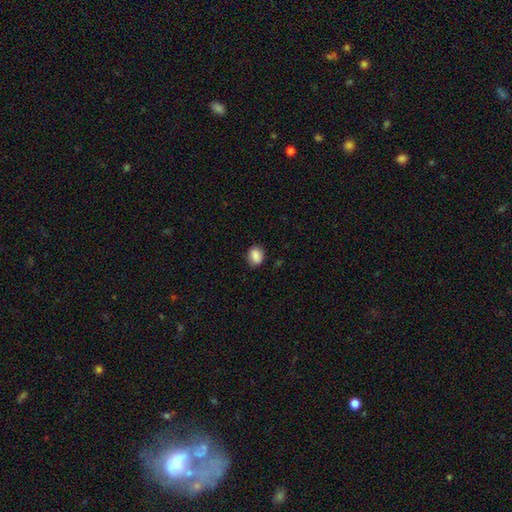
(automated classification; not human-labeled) Smooth or featured?
  - smooth: 87% *
  - star or artifact: 8%
  - featured or disk: 5%
How rounded?
  - in between: 52% *
  - round: 47%
  - cigar-shaped: 1%
Merging?
  - none: 84% *
  - minor disturbance: 12%
  - major disturbance: 3%
  - merger: 1%